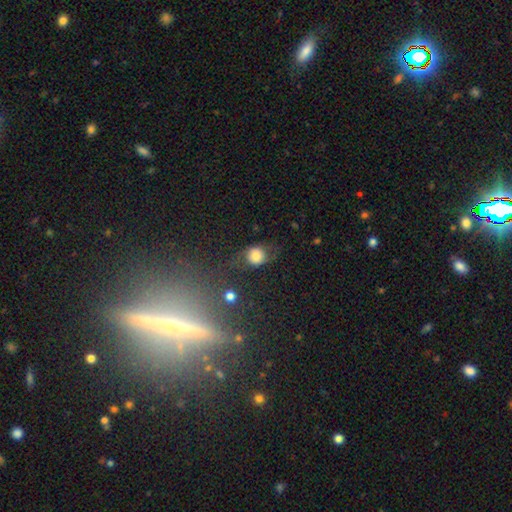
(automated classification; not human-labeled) Morphology: type=smooth (70%); roundness=round (75%); merging=none (53%).